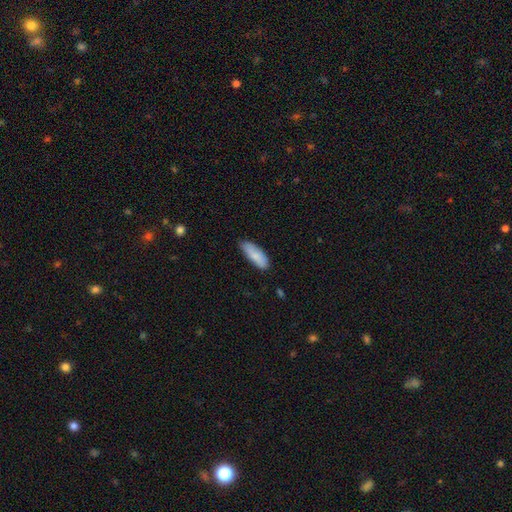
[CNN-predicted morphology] smooth_or_featured: smooth (p=0.84) [alt: featured or disk p=0.11]
how_rounded: in between (p=0.69) [alt: cigar-shaped p=0.30]
merging: none (p=0.73) [alt: minor disturbance p=0.22]